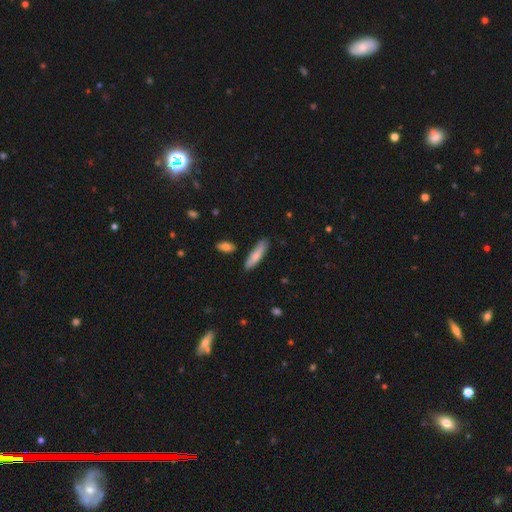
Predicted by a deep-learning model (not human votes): Smooth or featured: smooth — 73% (featured or disk — 21%)
How rounded: cigar-shaped — 67% (in between — 31%)
Merging: none — 79% (minor disturbance — 15%)